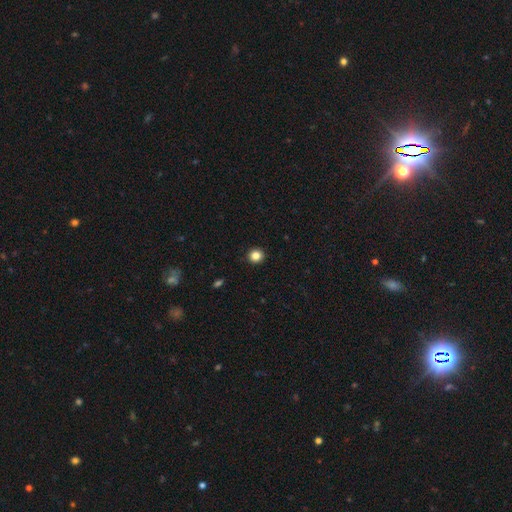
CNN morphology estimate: Overall: smooth (84%). How rounded: round (93%). Merging: none (93%).